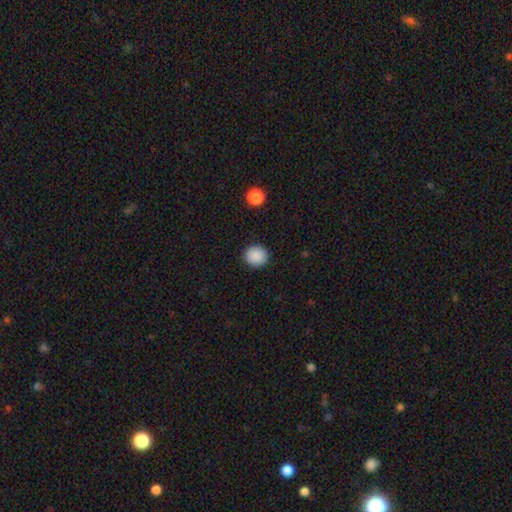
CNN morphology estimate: This appears to be a smooth galaxy with no disk features (88%) that is round (89%). Merging: none (92%).